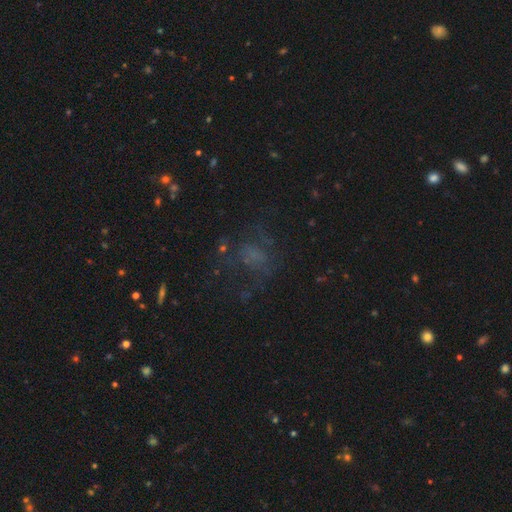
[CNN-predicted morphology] smooth 35%, featured or disk 34%, star or artifact 31%. Down the decision tree: merging — none (49%).